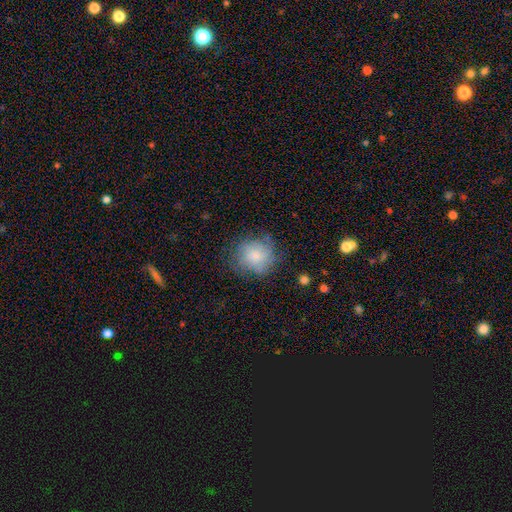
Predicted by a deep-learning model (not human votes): A smooth galaxy with no disk features (74%) that is round (82%).

Vote fractions:
- Smooth or featured? smooth: 74% / featured or disk: 17% / star or artifact: 9%
- How rounded? round: 82% / in between: 17% / cigar-shaped: 1%
- Merging? none: 64% / minor disturbance: 24% / major disturbance: 10% / merger: 2%